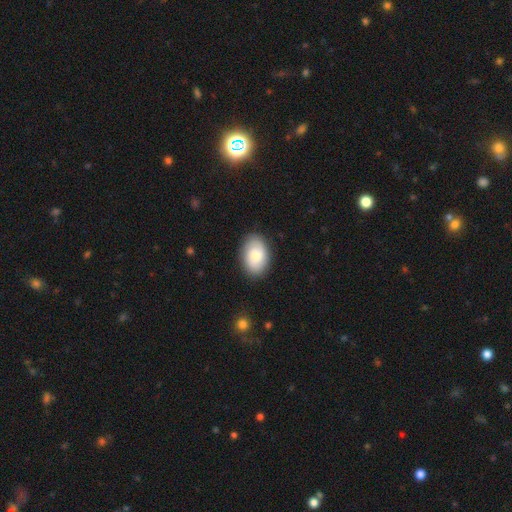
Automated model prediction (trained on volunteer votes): Overall: smooth (70%). How rounded: in between (88%). Merging: none (85%).